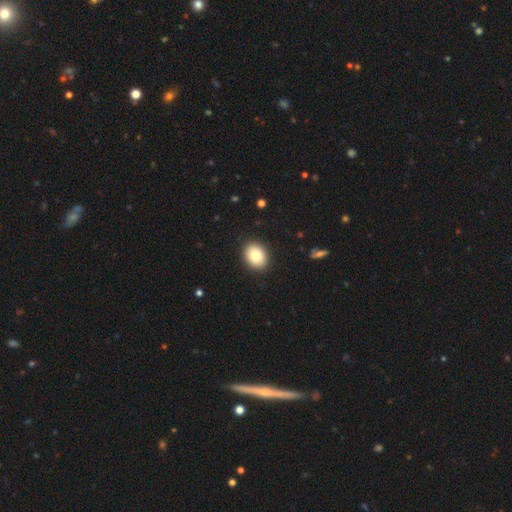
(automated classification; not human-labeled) smooth-or-featured: smooth: 84% | featured or disk: 8% | star or artifact: 8%
  how-rounded: in between: 61% | round: 38% | cigar-shaped: 1%
  merging: none: 90% | minor disturbance: 7% | major disturbance: 2% | merger: 1%